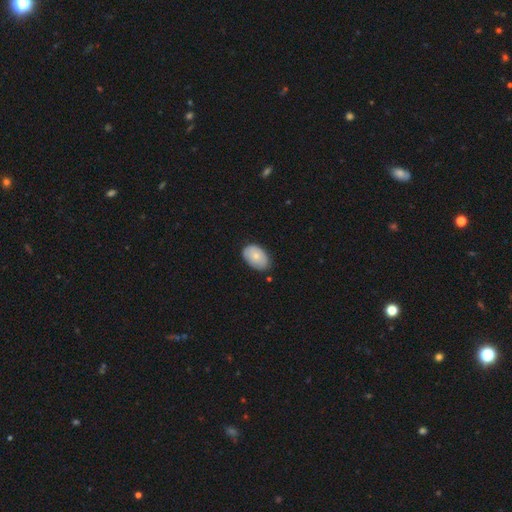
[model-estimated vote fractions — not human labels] This is likely a smooth galaxy (73%). How rounded: clearly in between (89%). Merging: likely none (73%).